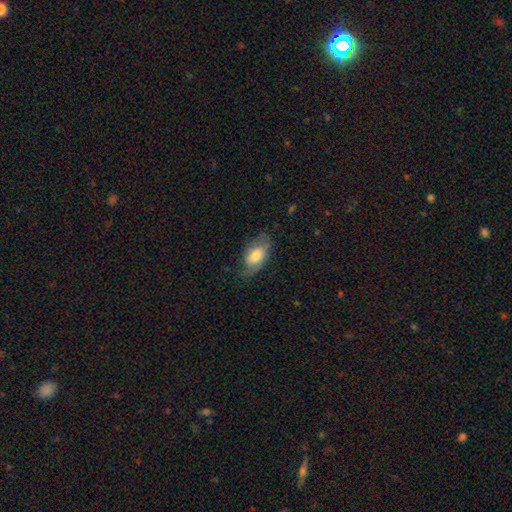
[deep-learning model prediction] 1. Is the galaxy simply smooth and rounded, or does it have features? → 55% smooth, 39% featured or disk, 6% star or artifact.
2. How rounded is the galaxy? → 91% in between, 5% round, 4% cigar-shaped.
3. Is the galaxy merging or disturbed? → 63% none, 25% minor disturbance, 10% major disturbance, 1% merger.